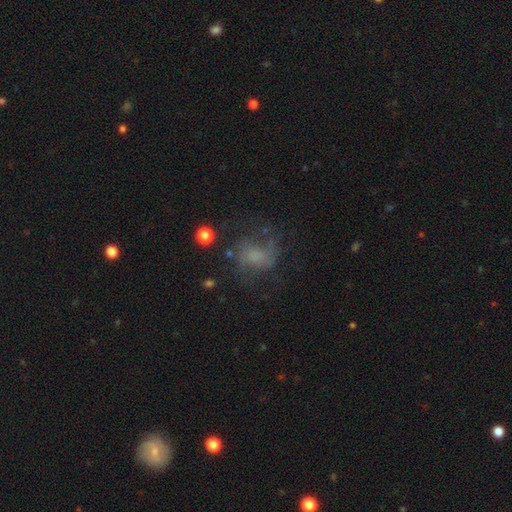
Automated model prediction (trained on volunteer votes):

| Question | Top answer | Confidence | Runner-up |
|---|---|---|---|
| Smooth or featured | featured or disk | 50% | smooth (34%) |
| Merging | none | 54% | major disturbance (23%) |